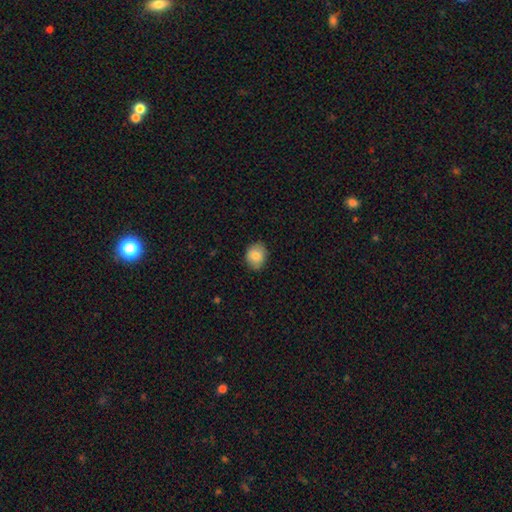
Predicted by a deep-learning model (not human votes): Smooth or featured? smooth (84%)
How rounded? round (54%)
Merging? none (83%)